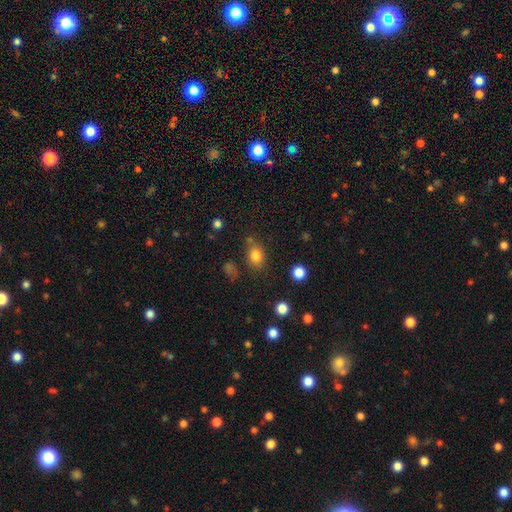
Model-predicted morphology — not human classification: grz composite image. It shows a smooth galaxy with no disk features (80%) that is in between round and cigar-shaped (54%). Merging: none (69%).